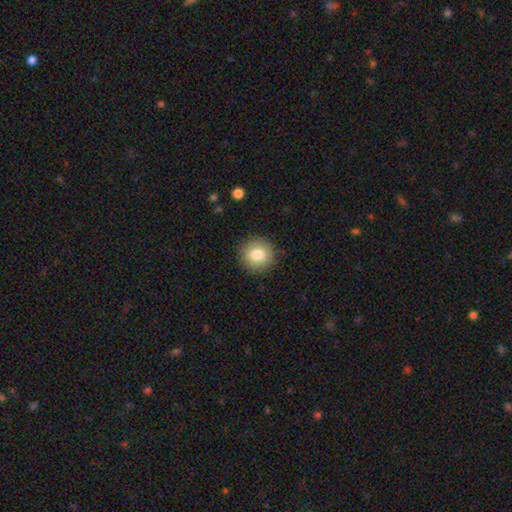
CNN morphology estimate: smooth-or-featured: smooth: 81% | featured or disk: 10% | star or artifact: 9%
  how-rounded: round: 90% | in between: 9% | cigar-shaped: 1%
  merging: none: 90% | minor disturbance: 7% | major disturbance: 2% | merger: 1%